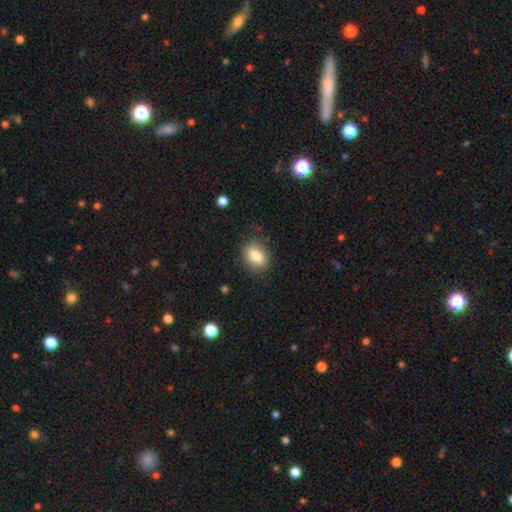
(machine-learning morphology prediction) Q: Smooth or featured?
A: smooth (82%); runner-up: featured or disk (10%)
Q: How rounded?
A: in between (66%); runner-up: round (32%)
Q: Merging?
A: none (84%); runner-up: minor disturbance (12%)